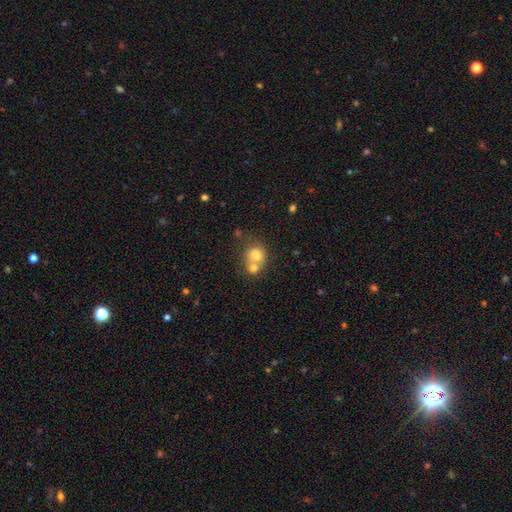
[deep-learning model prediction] smooth_or_featured: smooth (p=0.73) [alt: featured or disk p=0.16]
how_rounded: round (p=0.75) [alt: in between p=0.24]
merging: merger (p=0.58) [alt: none p=0.32]